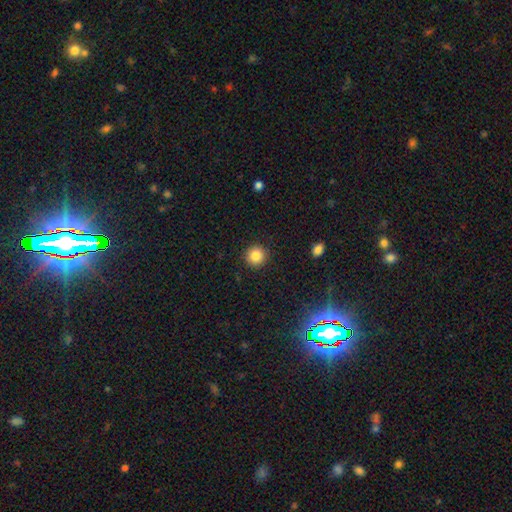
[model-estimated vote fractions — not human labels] Smooth or featured: smooth — 85% (star or artifact — 10%)
How rounded: round — 94% (in between — 5%)
Merging: none — 92% (minor disturbance — 5%)